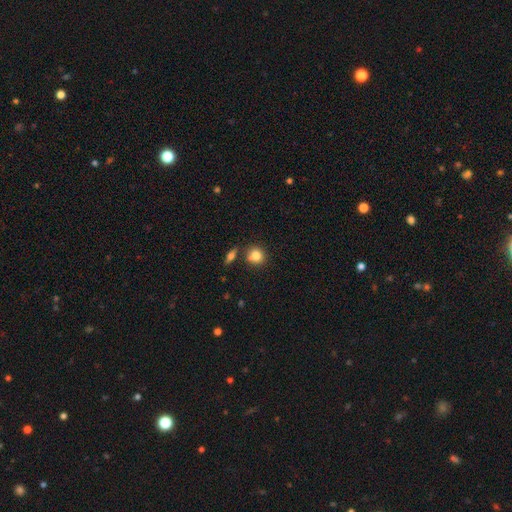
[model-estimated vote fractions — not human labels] Q: Smooth or featured?
A: smooth (82%); runner-up: star or artifact (10%)
Q: How rounded?
A: round (82%); runner-up: in between (16%)
Q: Merging?
A: none (69%); runner-up: merger (15%)